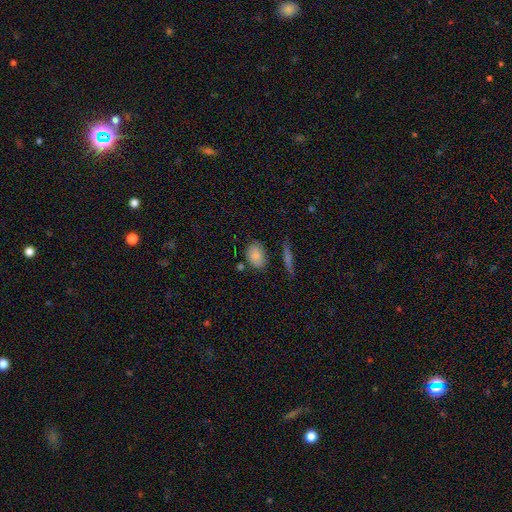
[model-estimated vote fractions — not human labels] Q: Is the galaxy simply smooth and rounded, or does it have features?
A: smooth — 81%.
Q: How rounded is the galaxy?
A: in between — 79%.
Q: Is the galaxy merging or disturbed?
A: none — 71%.